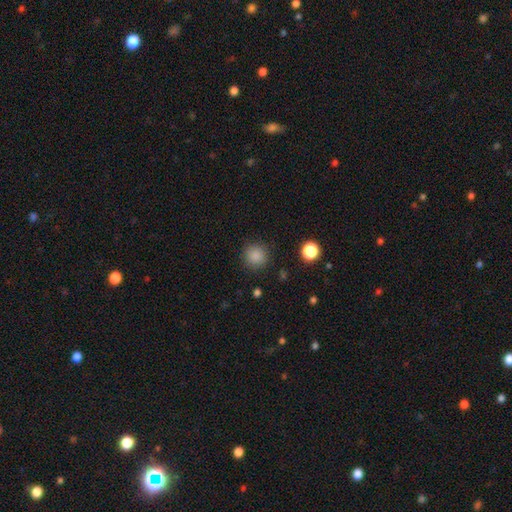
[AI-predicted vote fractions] Smooth or featured: smooth — 86% (star or artifact — 11%)
How rounded: round — 93% (in between — 6%)
Merging: none — 88% (minor disturbance — 7%)